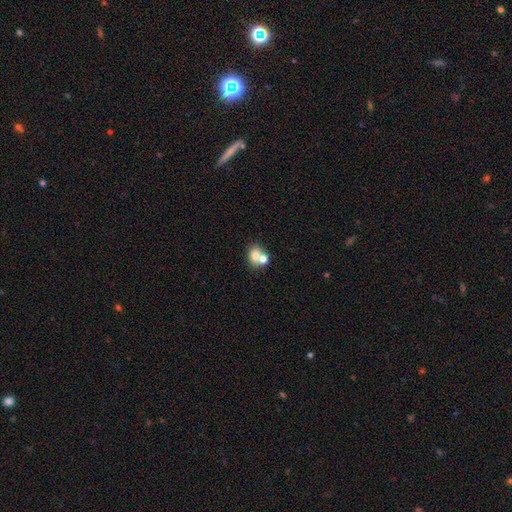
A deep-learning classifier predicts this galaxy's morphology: Q: Smooth or featured?
A: smooth (72%); runner-up: featured or disk (17%)
Q: How rounded?
A: round (57%); runner-up: in between (42%)
Q: Merging?
A: merger (48%); runner-up: none (41%)